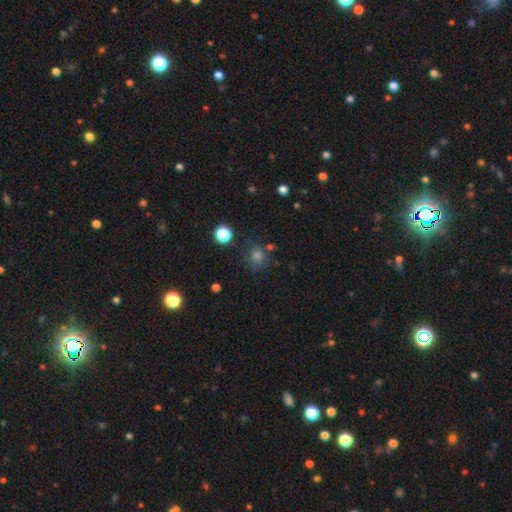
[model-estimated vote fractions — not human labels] A smooth galaxy with no disk features (59%) that is round (85%). Merging: none (76%).